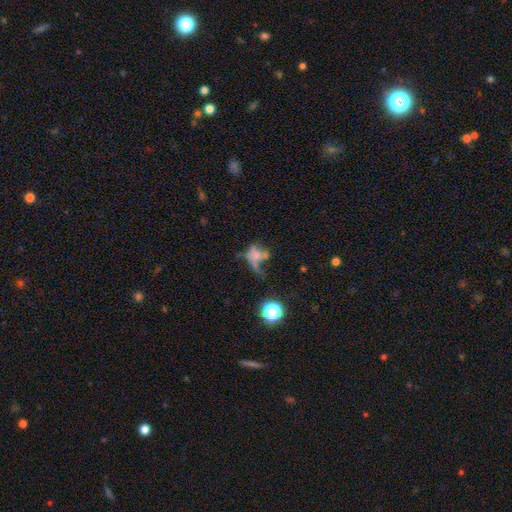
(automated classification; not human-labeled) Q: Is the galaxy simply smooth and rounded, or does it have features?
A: smooth — 44%.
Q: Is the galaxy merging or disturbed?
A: major disturbance — 38%.